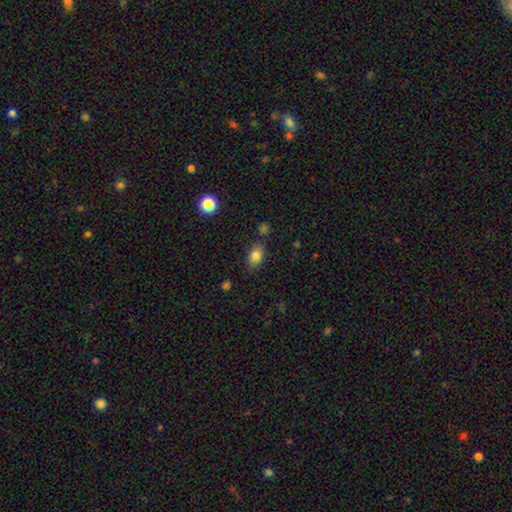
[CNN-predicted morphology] Smooth or featured?
  - smooth: 82% *
  - star or artifact: 10%
  - featured or disk: 8%
How rounded?
  - in between: 84% *
  - round: 14%
  - cigar-shaped: 2%
Merging?
  - none: 80% *
  - minor disturbance: 13%
  - merger: 4%
  - major disturbance: 3%